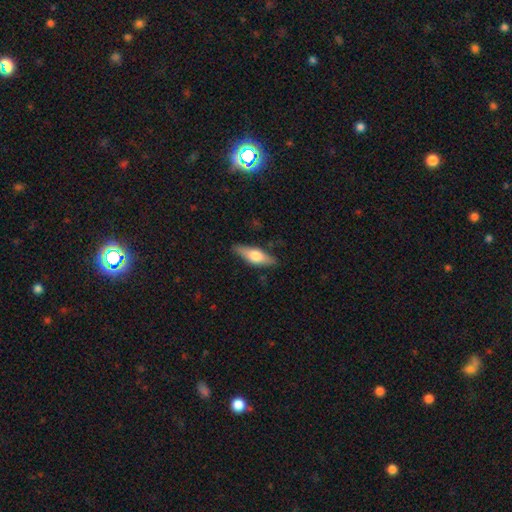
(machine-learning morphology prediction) The model was most divided on "smooth or featured": smooth: 49%, featured or disk: 45%, star or artifact: 6%. More confident: merging — none (84%).